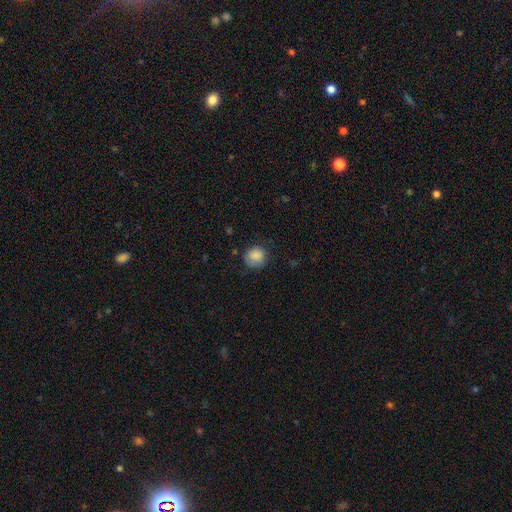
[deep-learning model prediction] Morphology: type=smooth (86%); roundness=round (83%); merging=none (73%).